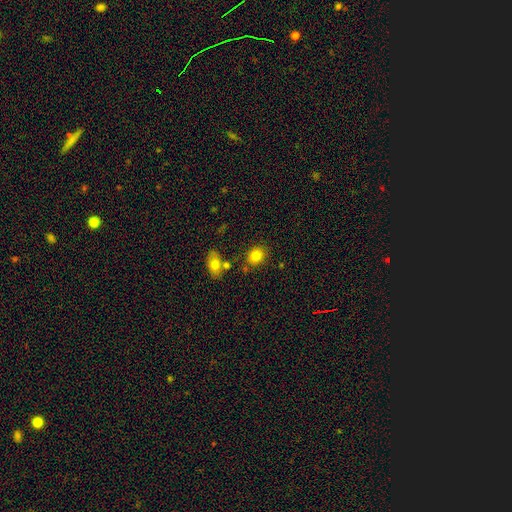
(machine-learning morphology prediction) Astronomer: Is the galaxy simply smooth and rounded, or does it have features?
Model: smooth — 81%.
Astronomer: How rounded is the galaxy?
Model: round — 52% (runner-up: in between, 47%).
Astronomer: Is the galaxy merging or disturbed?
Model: none — 77%.